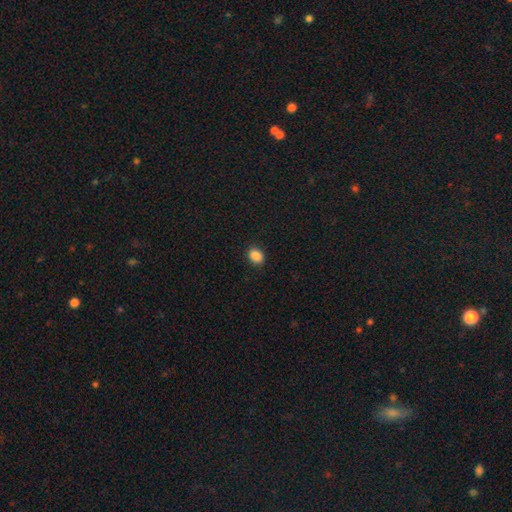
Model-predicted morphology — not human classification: smooth-or-featured: smooth: 88% | star or artifact: 9% | featured or disk: 3%
  how-rounded: in between: 63% | round: 36% | cigar-shaped: 1%
  merging: none: 90% | minor disturbance: 7% | major disturbance: 2% | merger: 1%